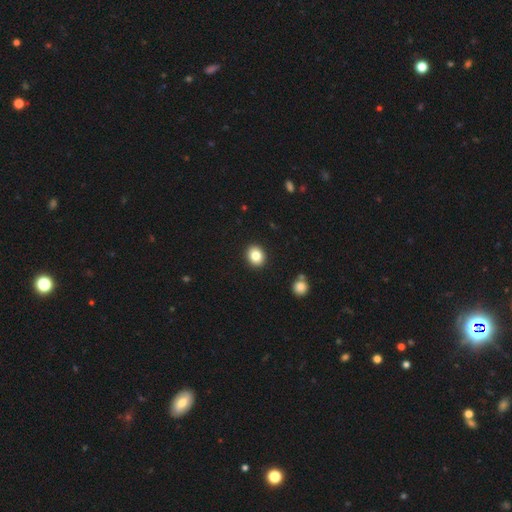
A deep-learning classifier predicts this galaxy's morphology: A smooth galaxy with no disk features (84%) that is round (61%).

Vote fractions:
- Smooth or featured? smooth: 84% / star or artifact: 9% / featured or disk: 7%
- How rounded? round: 61% / in between: 38% / cigar-shaped: 1%
- Merging? none: 91% / minor disturbance: 6% / major disturbance: 2% / merger: 1%